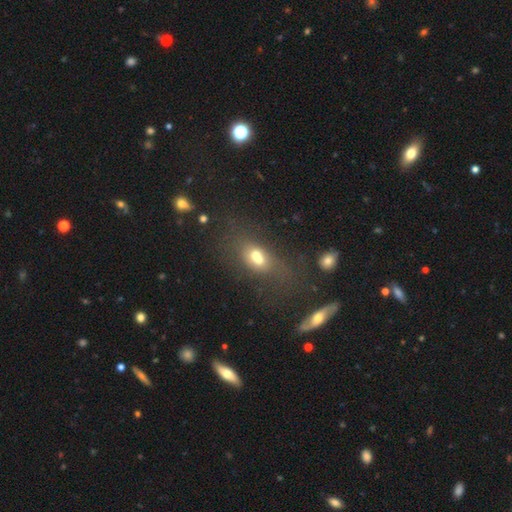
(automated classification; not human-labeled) The model was most divided on "how rounded": in between: 61%, round: 34%, cigar-shaped: 5%. More confident: merging — merger (60%); smooth or featured — smooth (59%).